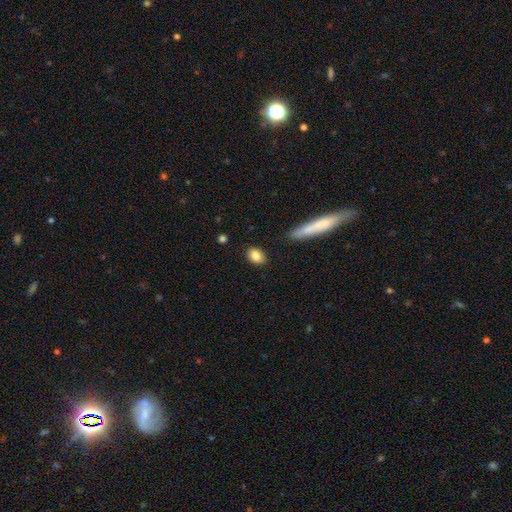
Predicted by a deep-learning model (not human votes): The model was most divided on "how rounded": in between: 74%, round: 23%, cigar-shaped: 3%. More confident: merging — none (86%); smooth or featured — smooth (85%).